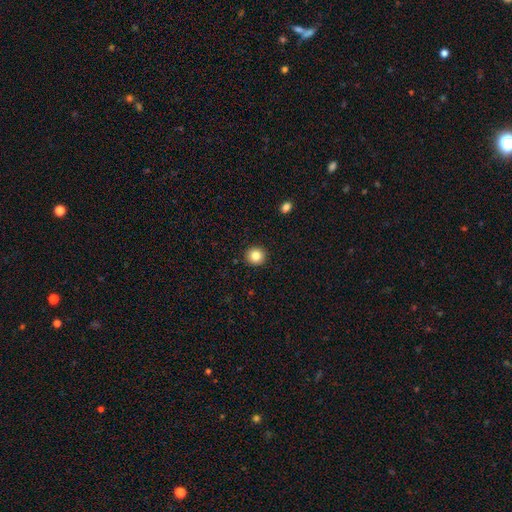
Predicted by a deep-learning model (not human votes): Smooth or featured? smooth (83%)
How rounded? round (94%)
Merging? none (93%)